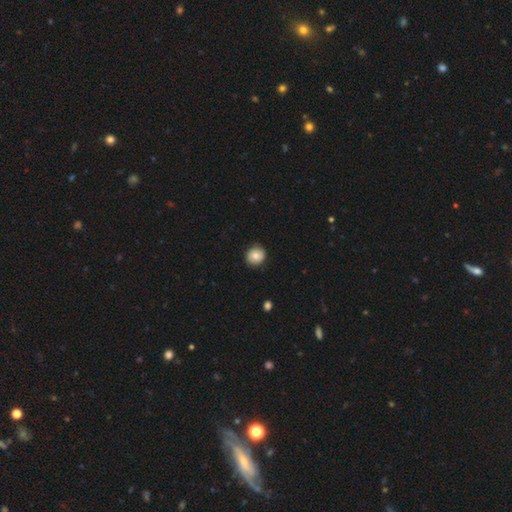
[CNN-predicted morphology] The model was most divided on "smooth or featured": smooth: 78%, featured or disk: 13%, star or artifact: 8%. More confident: merging — none (85%); how rounded — round (83%).